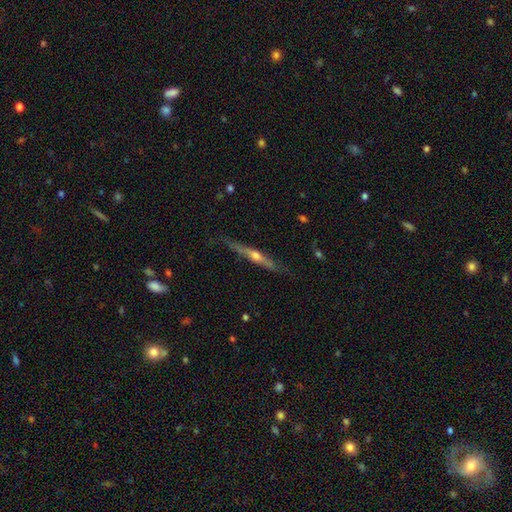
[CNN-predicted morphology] A featured or disk galaxy (72%) viewed edge-on (96%) with a rounded central bulge (85%).

Vote fractions:
- Smooth or featured? featured or disk: 72% / smooth: 21% / star or artifact: 6%
- Edge-on disk? yes: 96% / no: 4%
- Edge-on bulge? rounded: 85% / none: 11% / boxy: 4%
- Merging? none: 78% / minor disturbance: 17% / major disturbance: 3% / merger: 2%